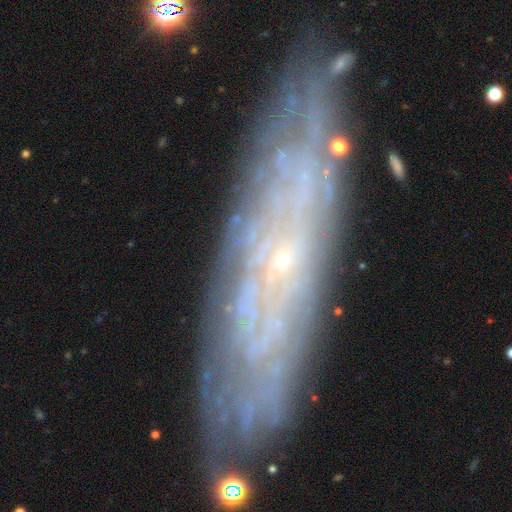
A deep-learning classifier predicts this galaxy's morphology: This is likely a featured or disk galaxy (73%). It is likely not viewed edge-on (64%). Merging: likely none (79%).